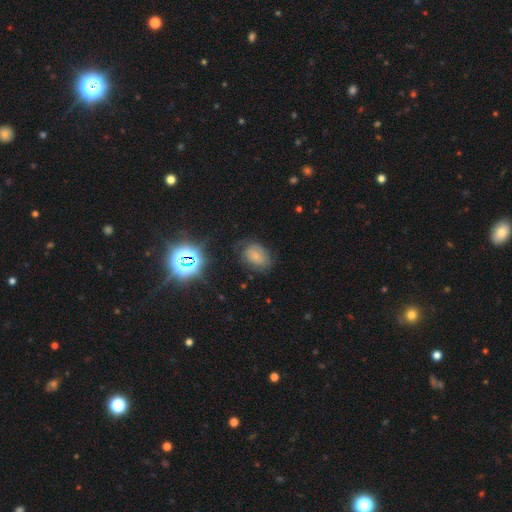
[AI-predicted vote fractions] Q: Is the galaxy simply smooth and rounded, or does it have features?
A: smooth — 56%.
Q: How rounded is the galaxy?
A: in between — 73%.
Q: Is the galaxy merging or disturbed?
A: none — 66%.